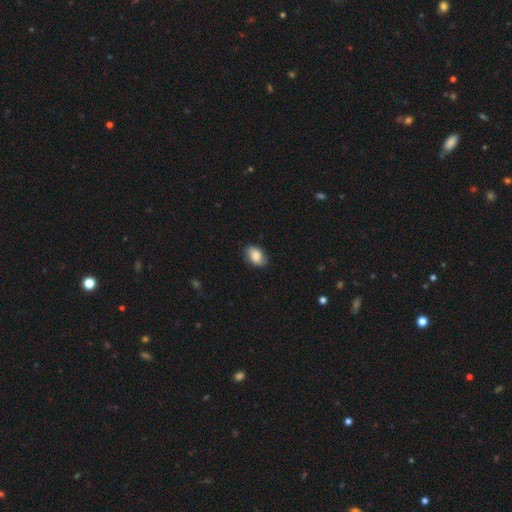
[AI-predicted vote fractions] This is clearly a smooth galaxy (81%). How rounded: clearly in between (87%). Merging: clearly none (82%).